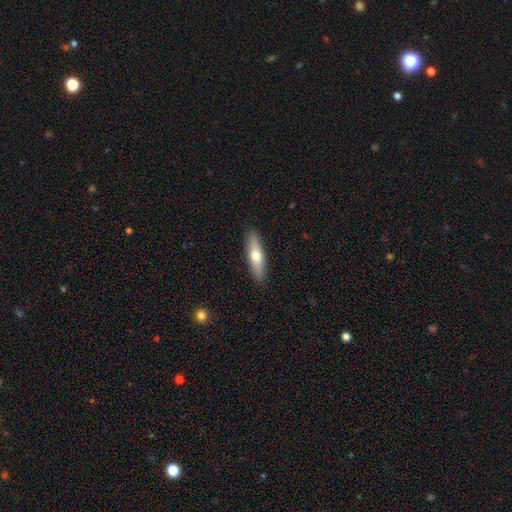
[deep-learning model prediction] This appears to be a smooth galaxy with no disk features (62%) that is cigar-shaped (66%). Merging: none (90%).